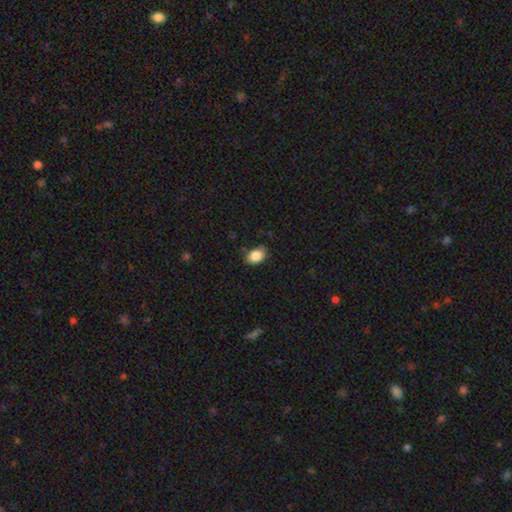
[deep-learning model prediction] Morphology: type=smooth (87%); roundness=in between (76%); merging=none (75%).